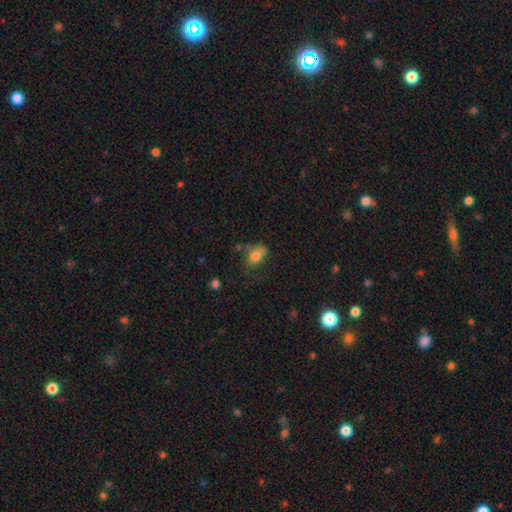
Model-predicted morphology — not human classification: Overall: smooth (78%). How rounded: in between (79%). Merging: none (48%; minor disturbance 30%).